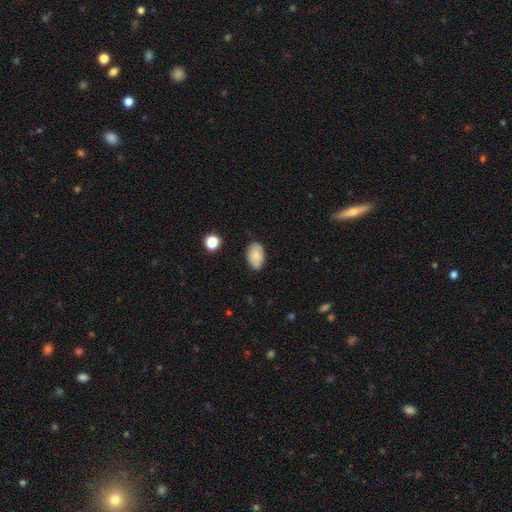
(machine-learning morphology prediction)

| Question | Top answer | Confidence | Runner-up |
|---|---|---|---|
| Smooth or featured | smooth | 83% | featured or disk (9%) |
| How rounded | in between | 91% | round (7%) |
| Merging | none | 78% | minor disturbance (17%) |